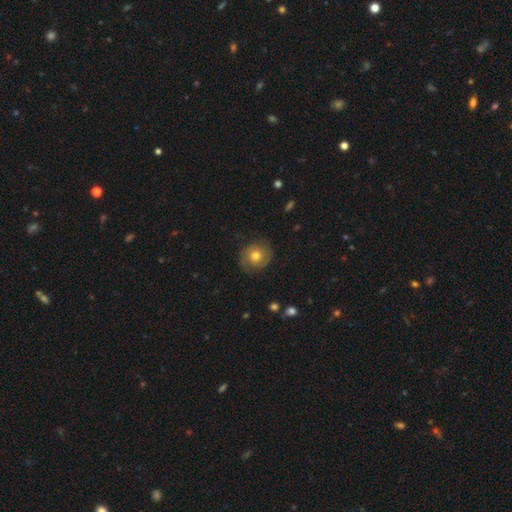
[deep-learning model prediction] Smooth or featured: smooth — 62% (featured or disk — 28%)
How rounded: round — 83% (in between — 16%)
Merging: none — 82% (minor disturbance — 13%)